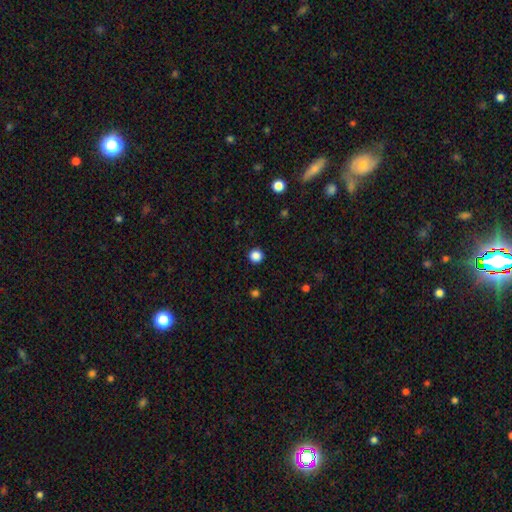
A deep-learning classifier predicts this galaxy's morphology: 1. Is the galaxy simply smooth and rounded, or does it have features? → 86% smooth, 12% star or artifact, 3% featured or disk.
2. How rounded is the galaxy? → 95% round, 4% in between, 1% cigar-shaped.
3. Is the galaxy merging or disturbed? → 93% none, 5% minor disturbance, 2% major disturbance, 1% merger.